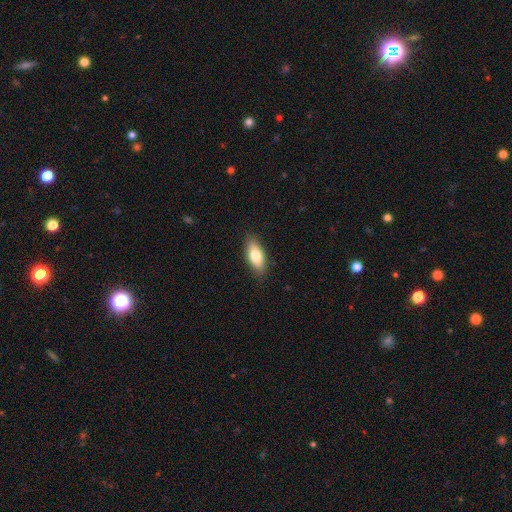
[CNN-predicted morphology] type=smooth (75%); roundness=in between (80%); merging=none (86%).